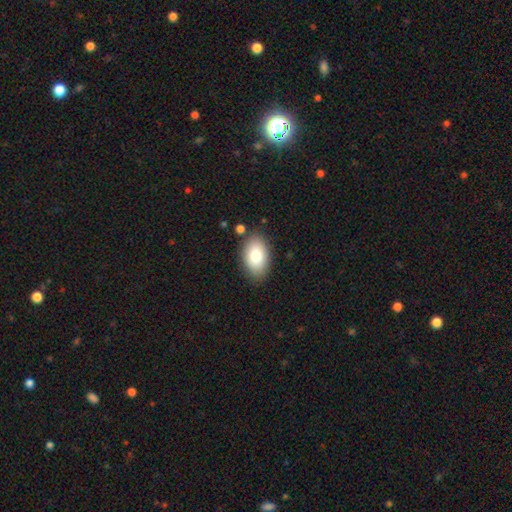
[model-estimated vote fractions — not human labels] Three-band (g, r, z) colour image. It shows a smooth galaxy with no disk features (83%) that is in between round and cigar-shaped (92%). Merging: none (82%).